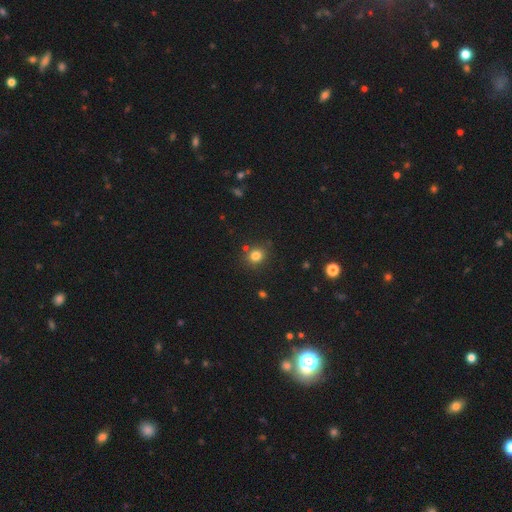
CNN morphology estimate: This appears to be a smooth galaxy with no disk features (80%) that is round (75%). Merging: none (79%).